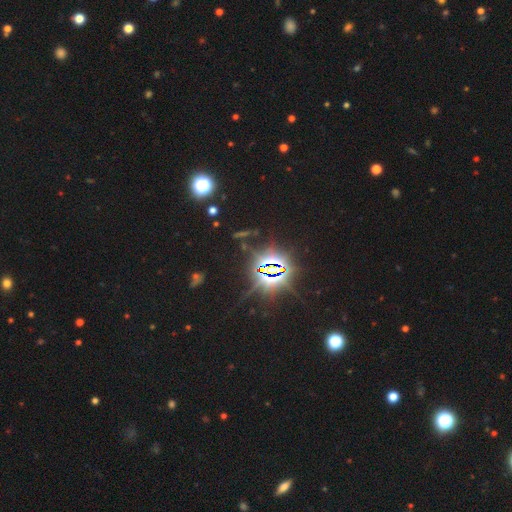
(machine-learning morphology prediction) type=star or artifact (85%).